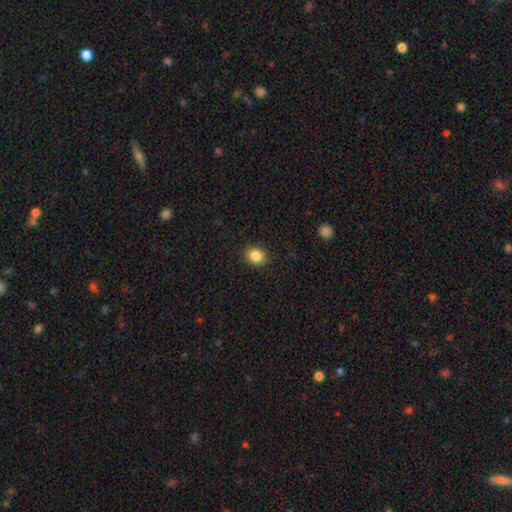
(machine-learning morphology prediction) This is clearly a smooth galaxy (86%). How rounded: likely round (71%). Merging: clearly none (90%).